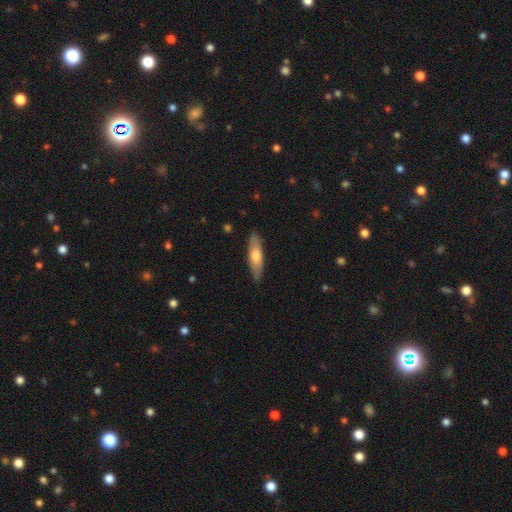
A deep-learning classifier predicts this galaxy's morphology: A smooth galaxy with no disk features (59%) that is cigar-shaped (60%).

Vote fractions:
- Smooth or featured? smooth: 59% / featured or disk: 35% / star or artifact: 5%
- How rounded? cigar-shaped: 60% / in between: 38% / round: 2%
- Merging? none: 87% / minor disturbance: 10% / major disturbance: 2% / merger: 1%